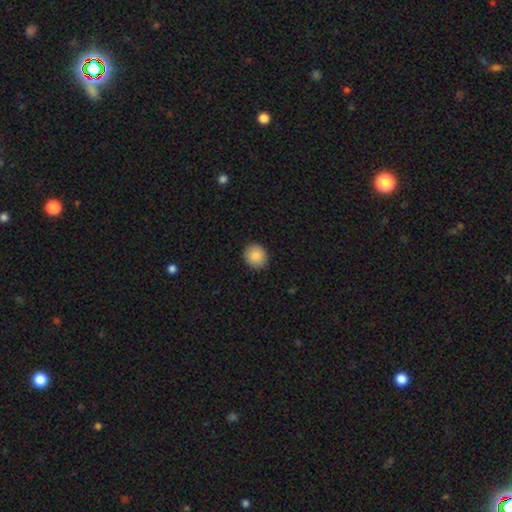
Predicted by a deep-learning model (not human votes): This appears to be a smooth galaxy with no disk features (88%) that is round (85%). Merging: none (91%).